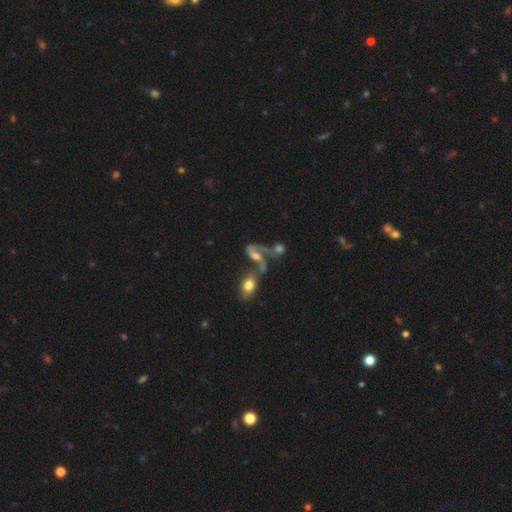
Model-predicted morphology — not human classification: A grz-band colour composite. It shows a featured or disk galaxy (70%) with no bar (46%), 2 (70%) loose (61%) spiral arms (84%) and a moderate central bulge (44%). Merging: merger (47%).